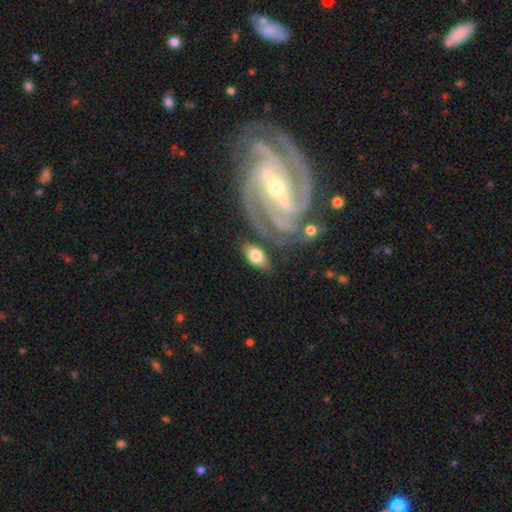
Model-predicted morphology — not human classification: A smooth galaxy with no disk features (60%) that is in between round and cigar-shaped (89%).

Vote fractions:
- Smooth or featured? smooth: 60% / featured or disk: 34% / star or artifact: 6%
- How rounded? in between: 89% / round: 6% / cigar-shaped: 5%
- Merging? none: 66% / minor disturbance: 16% / merger: 10% / major disturbance: 7%